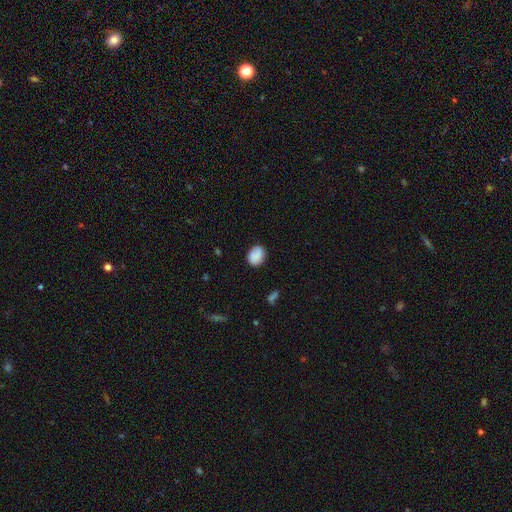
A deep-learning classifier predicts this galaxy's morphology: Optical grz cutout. It shows a smooth galaxy with no disk features (78%) that is in between round and cigar-shaped (56%). Merging: none (77%).